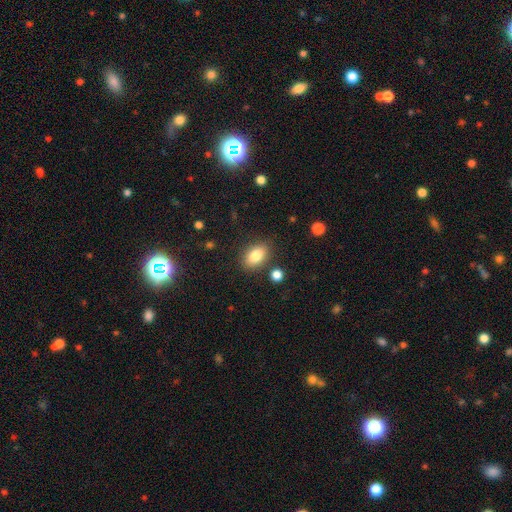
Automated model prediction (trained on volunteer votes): The model was most divided on "merging": none: 83%, minor disturbance: 10%, merger: 4%, major disturbance: 3%. More confident: how rounded — in between (87%); smooth or featured — smooth (83%).